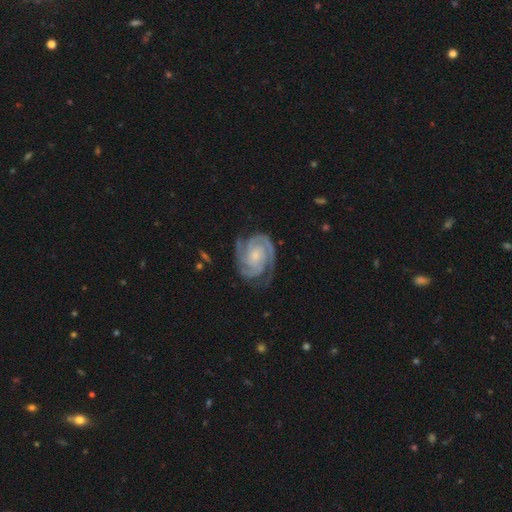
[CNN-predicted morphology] type=featured or disk (92%); edge-on=no (98%); bar=no (65%); spiral arms=yes (99%); winding=tight (69%); arm count=2 (41%); bulge=small (50%); merging=none (76%).